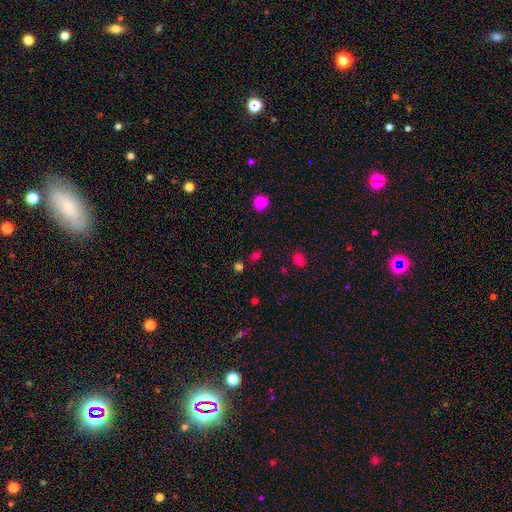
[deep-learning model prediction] Smooth or featured: smooth — 66% (star or artifact — 28%)
How rounded: in between — 53% (round — 45%)
Merging: none — 76% (minor disturbance — 11%)